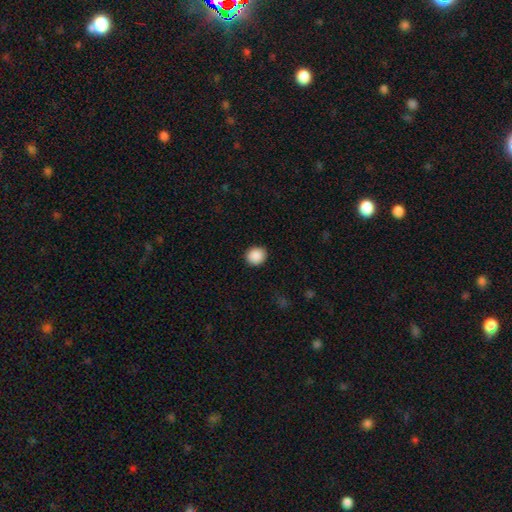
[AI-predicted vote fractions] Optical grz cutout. It shows a smooth galaxy with no disk features (90%) that is round (84%). Merging: none (91%).